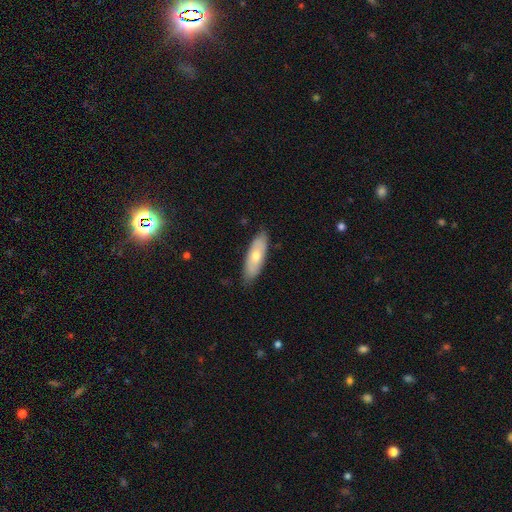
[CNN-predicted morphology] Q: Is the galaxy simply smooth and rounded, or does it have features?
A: smooth — 59%.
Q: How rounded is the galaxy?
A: in between — 57%.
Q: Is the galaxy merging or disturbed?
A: none — 83%.